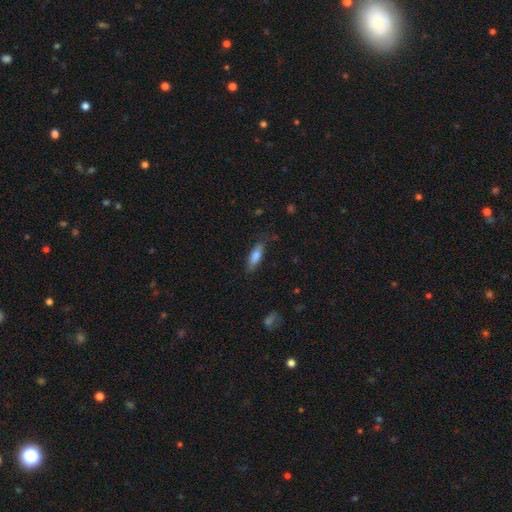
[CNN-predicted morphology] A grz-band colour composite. It shows a smooth galaxy with no disk features (74%) that is in between round and cigar-shaped (54%). Merging: none (75%).